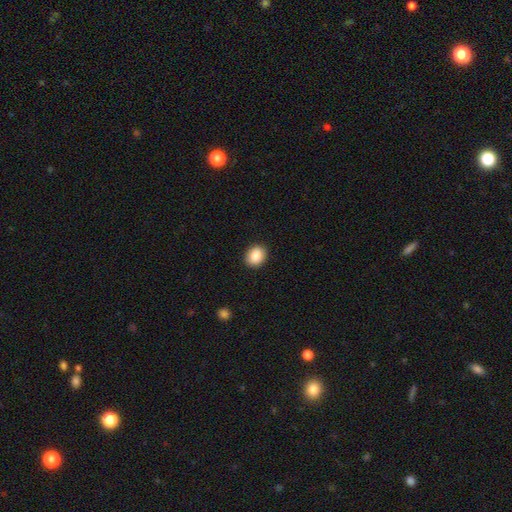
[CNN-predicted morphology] smooth-or-featured: smooth: 88% | star or artifact: 8% | featured or disk: 4%
  how-rounded: round: 56% | in between: 43% | cigar-shaped: 1%
  merging: none: 91% | minor disturbance: 6% | major disturbance: 2% | merger: 1%